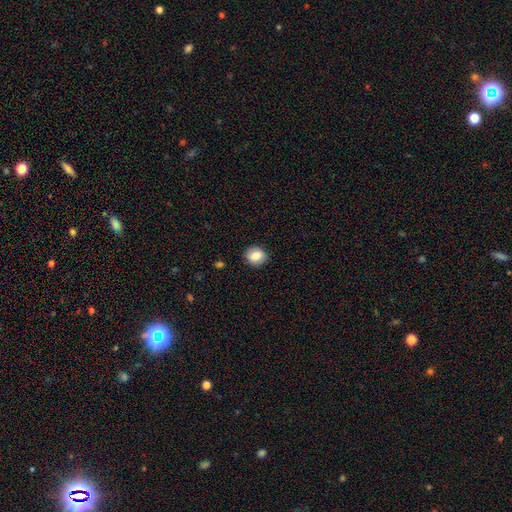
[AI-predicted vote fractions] Smooth or featured? smooth (84%)
How rounded? round (69%)
Merging? none (89%)